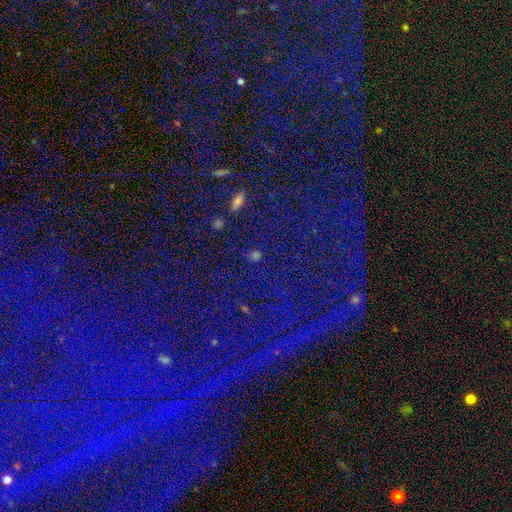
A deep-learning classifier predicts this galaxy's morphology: Q: Smooth or featured?
A: smooth (48%); runner-up: star or artifact (43%)
Q: Merging?
A: none (80%); runner-up: minor disturbance (11%)